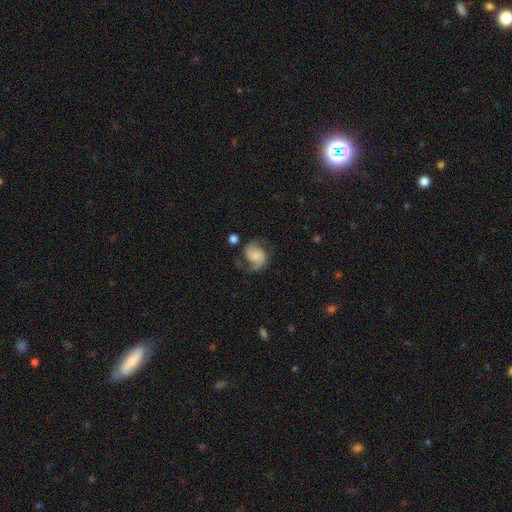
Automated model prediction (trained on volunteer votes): Smooth or featured?
  - featured or disk: 70% *
  - smooth: 23%
  - star or artifact: 8%
Edge-on disk?
  - no: 98% *
  - yes: 2%
Bar?
  - no: 62% *
  - weak: 30%
  - strong: 7%
Spiral arms?
  - yes: 94% *
  - no: 6%
Spiral winding?
  - medium: 45% *
  - loose: 36%
  - tight: 19%
Spiral arm count?
  - 2: 75% *
  - 1: 18%
  - can't tell: 4%
  - 3: 1%
  - 4: 1%
  - more than 4: 1%
Bulge size?
  - small: 33% *
  - none: 32%
  - moderate: 21%
  - large: 11%
  - dominant: 4%
Merging?
  - none: 57% *
  - minor disturbance: 22%
  - major disturbance: 18%
  - merger: 3%